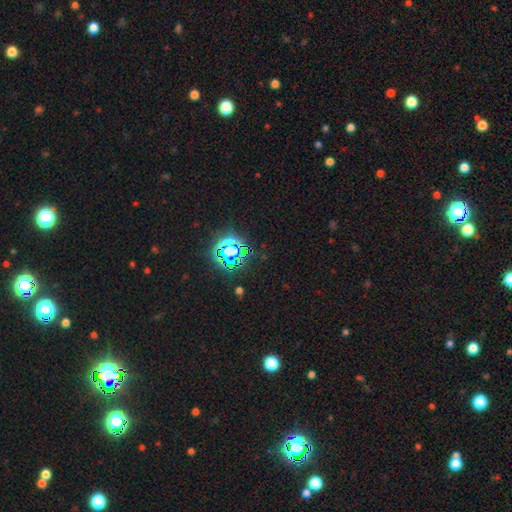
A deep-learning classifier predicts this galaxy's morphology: Overall: star or artifact (76%).